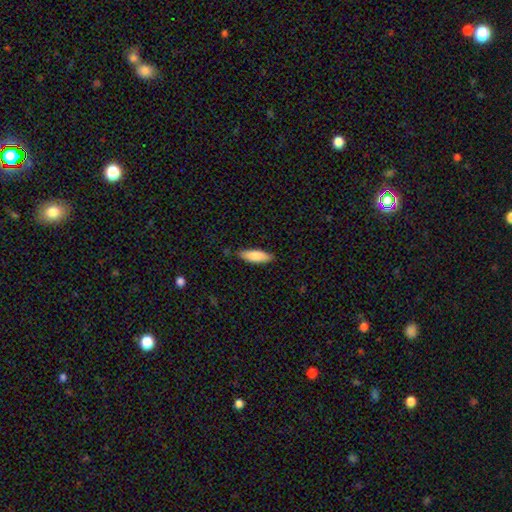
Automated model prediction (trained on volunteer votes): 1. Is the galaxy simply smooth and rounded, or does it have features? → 84% smooth, 10% featured or disk, 5% star or artifact.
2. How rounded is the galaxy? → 55% in between, 43% cigar-shaped, 2% round.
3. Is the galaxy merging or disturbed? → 83% none, 13% minor disturbance, 2% major disturbance, 2% merger.